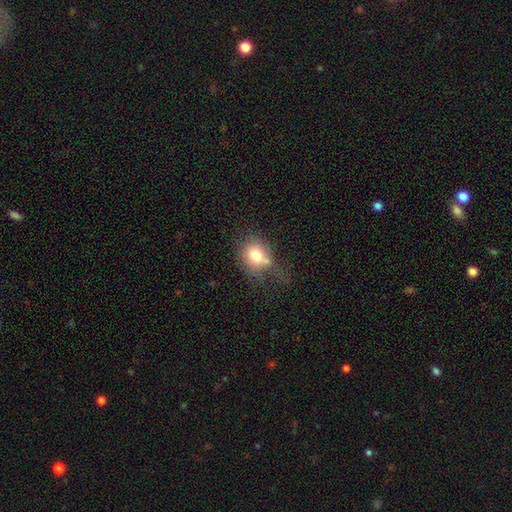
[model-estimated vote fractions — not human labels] Overall: smooth (74%). How rounded: round (54%; in between 45%). Merging: none (33%; merger 25%).